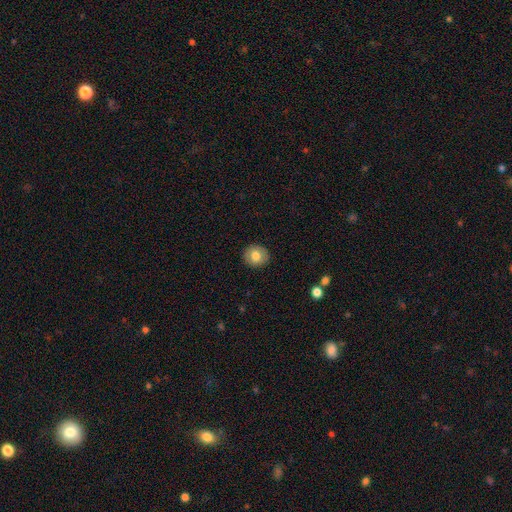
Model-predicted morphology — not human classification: Smooth or featured? smooth (80%)
How rounded? round (81%)
Merging? none (90%)